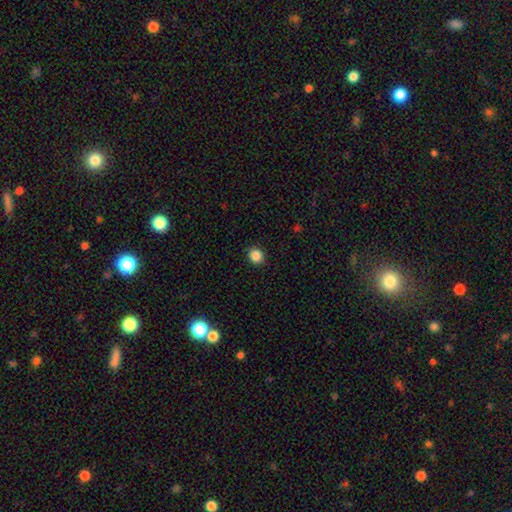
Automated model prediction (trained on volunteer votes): Morphology: type=smooth (86%); roundness=round (85%); merging=none (91%).